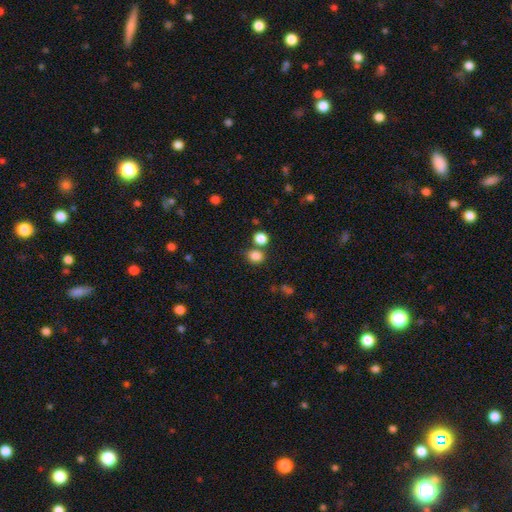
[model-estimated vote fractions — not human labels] smooth_or_featured: smooth (p=0.83) [alt: star or artifact p=0.12]
how_rounded: round (p=0.72) [alt: in between p=0.28]
merging: none (p=0.67) [alt: merger p=0.20]